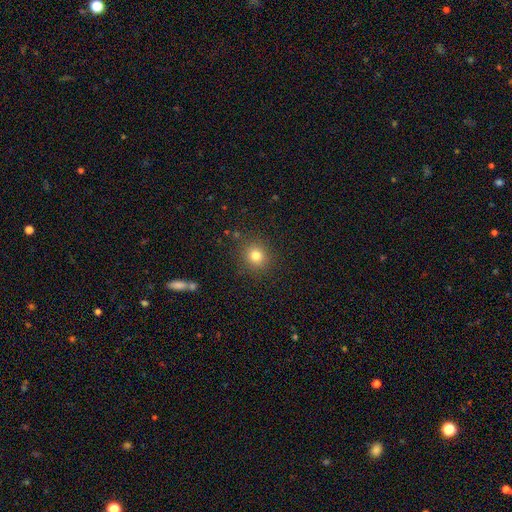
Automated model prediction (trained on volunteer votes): Smooth or featured? Predicted: smooth (p=0.79). How rounded? Predicted: round (p=0.87). Merging? Predicted: none (p=0.88).